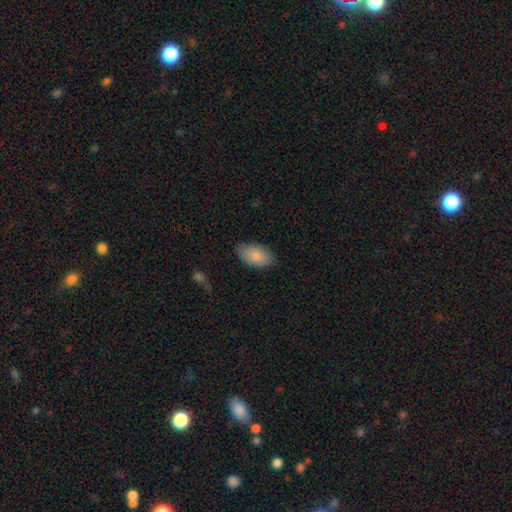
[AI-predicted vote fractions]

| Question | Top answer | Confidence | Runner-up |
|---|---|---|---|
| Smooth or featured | smooth | 85% | featured or disk (8%) |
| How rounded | in between | 94% | round (5%) |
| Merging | none | 81% | minor disturbance (15%) |